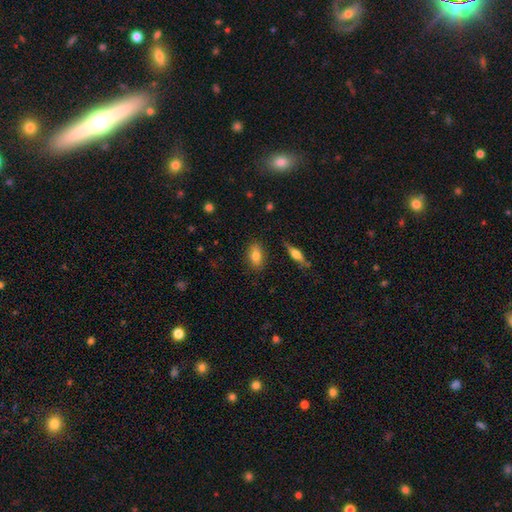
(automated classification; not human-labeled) smooth_or_featured: smooth (p=0.77) [alt: featured or disk p=0.15]
how_rounded: in between (p=0.83) [alt: round p=0.09]
merging: none (p=0.84) [alt: minor disturbance p=0.11]